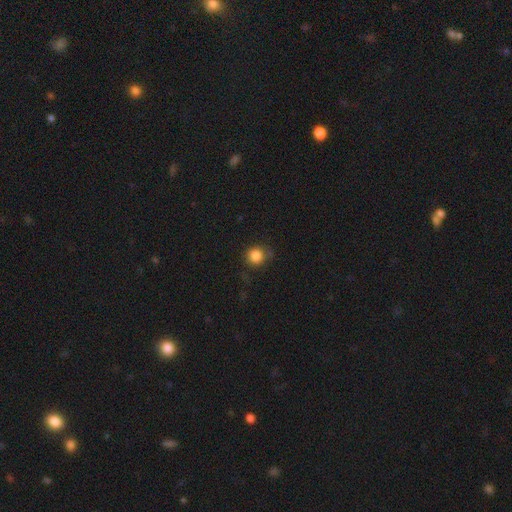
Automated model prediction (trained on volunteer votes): smooth-or-featured: smooth: 85% | star or artifact: 10% | featured or disk: 5%
  how-rounded: round: 92% | in between: 7% | cigar-shaped: 1%
  merging: none: 76% | minor disturbance: 16% | major disturbance: 6% | merger: 2%